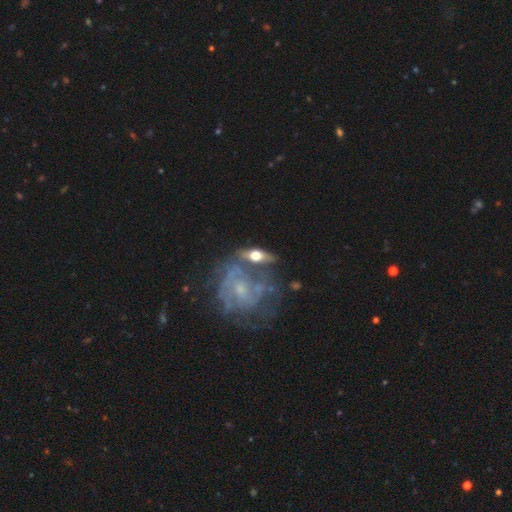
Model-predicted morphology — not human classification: Smooth or featured? Predicted: featured or disk (p=0.57). Edge-on disk? Predicted: no (p=0.51). Merging? Predicted: none (p=0.53).